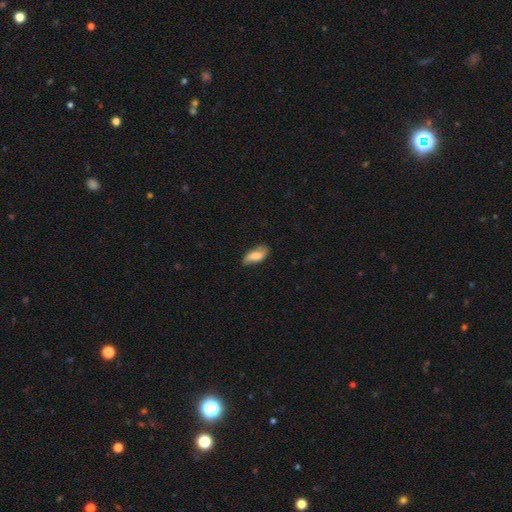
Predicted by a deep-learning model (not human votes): Smooth or featured: smooth — 59% (featured or disk — 33%)
How rounded: in between — 85% (cigar-shaped — 12%)
Merging: none — 69% (minor disturbance — 24%)